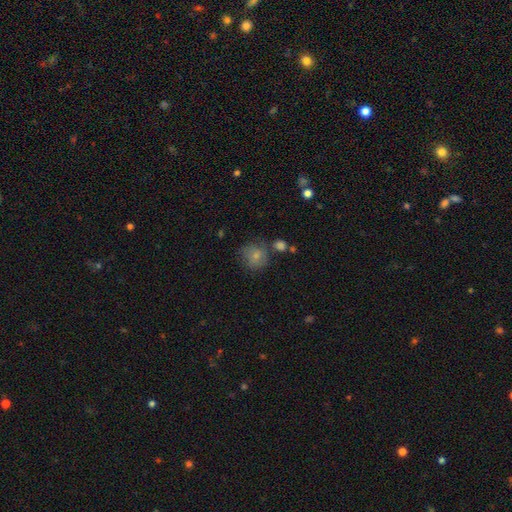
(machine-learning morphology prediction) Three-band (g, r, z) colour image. It shows a smooth galaxy with no disk features (78%) that is round (83%). Merging: none (59%).